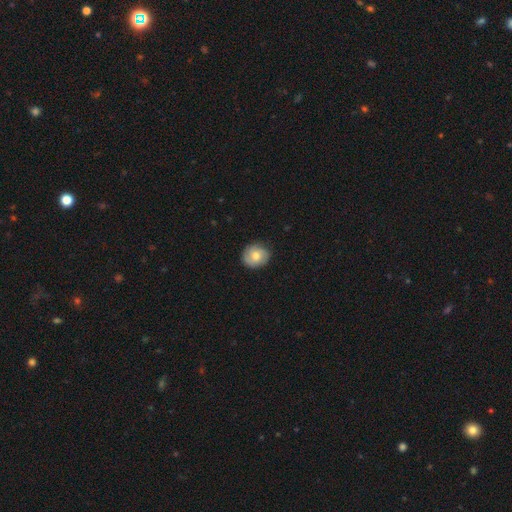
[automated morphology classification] Smooth or featured: smooth — 58% (featured or disk — 35%)
How rounded: round — 77% (in between — 22%)
Merging: none — 83% (minor disturbance — 13%)